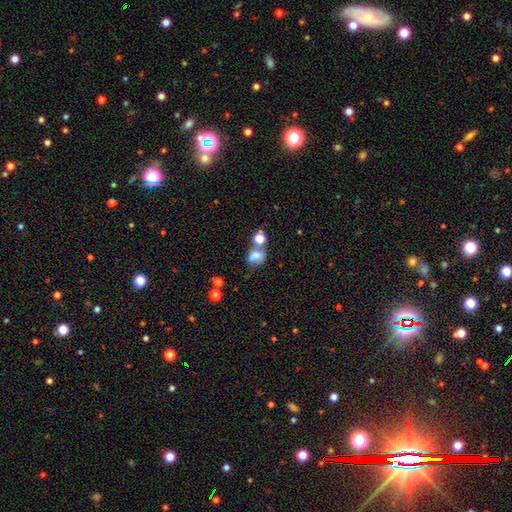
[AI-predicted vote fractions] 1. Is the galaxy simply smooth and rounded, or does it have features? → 60% smooth, 25% featured or disk, 15% star or artifact.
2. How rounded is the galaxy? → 55% in between, 43% round, 2% cigar-shaped.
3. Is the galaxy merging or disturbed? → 36% none, 30% merger, 20% minor disturbance, 14% major disturbance.